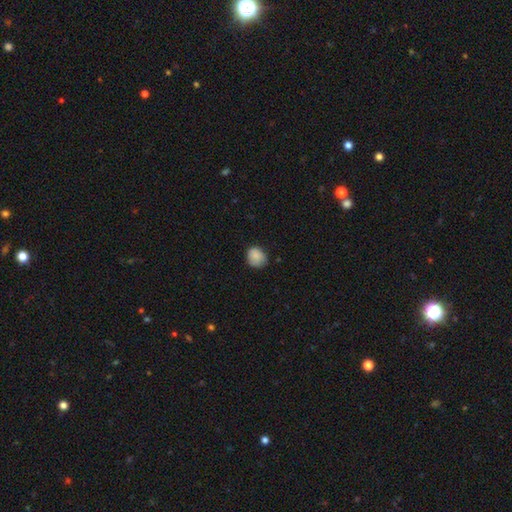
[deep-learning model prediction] The model was most divided on "how rounded": round: 65%, in between: 34%, cigar-shaped: 1%. More confident: smooth or featured — smooth (86%); merging — none (69%).